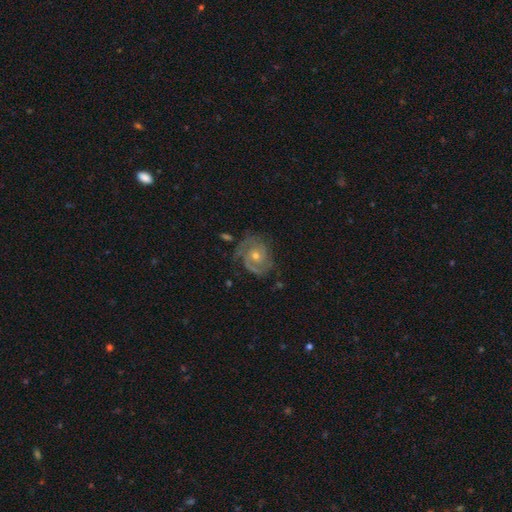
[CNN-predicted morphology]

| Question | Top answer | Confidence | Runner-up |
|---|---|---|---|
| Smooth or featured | featured or disk | 85% | smooth (8%) |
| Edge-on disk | no | 98% | yes (2%) |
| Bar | no | 75% | weak (21%) |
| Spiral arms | yes | 95% | no (5%) |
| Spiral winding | tight | 58% | medium (34%) |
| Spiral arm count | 2 | 60% | can't tell (15%) |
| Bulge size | moderate | 52% | small (45%) |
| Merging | none | 70% | minor disturbance (19%) |